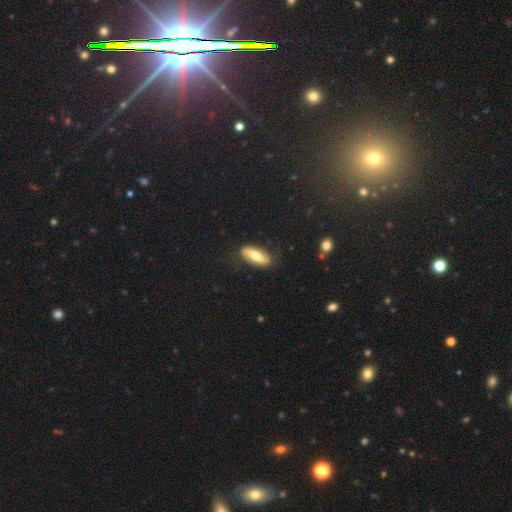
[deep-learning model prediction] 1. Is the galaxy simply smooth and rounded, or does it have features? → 59% smooth, 35% featured or disk, 6% star or artifact.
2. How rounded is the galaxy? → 61% in between, 36% cigar-shaped, 3% round.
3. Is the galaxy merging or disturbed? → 80% none, 15% minor disturbance, 4% major disturbance, 1% merger.